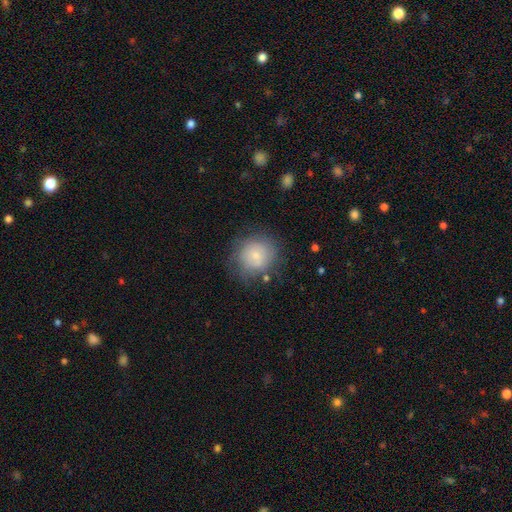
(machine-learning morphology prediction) Smooth or featured? smooth (70%)
How rounded? round (86%)
Merging? none (65%)